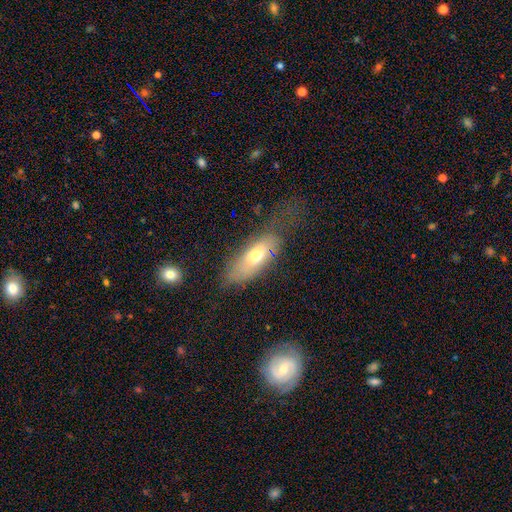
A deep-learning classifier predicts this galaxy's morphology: Q: Smooth or featured?
A: smooth (62%); runner-up: featured or disk (29%)
Q: How rounded?
A: in between (73%); runner-up: cigar-shaped (24%)
Q: Merging?
A: none (50%); runner-up: minor disturbance (26%)